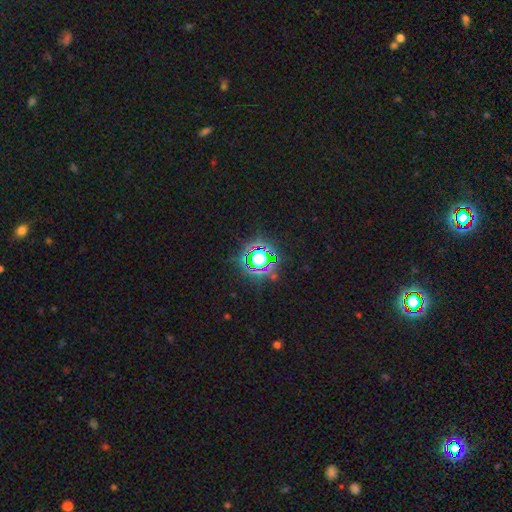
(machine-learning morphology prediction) This appears to be a star or artifact, not a galaxy (73%).